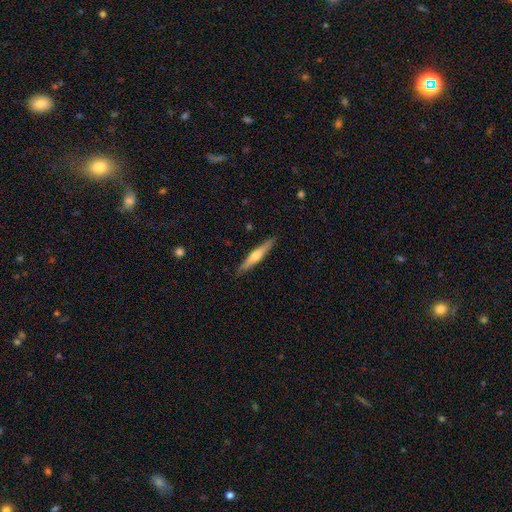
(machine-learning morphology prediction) type=featured or disk (56%); edge-on=yes (96%); edge-on bulge=rounded (87%); merging=none (90%).